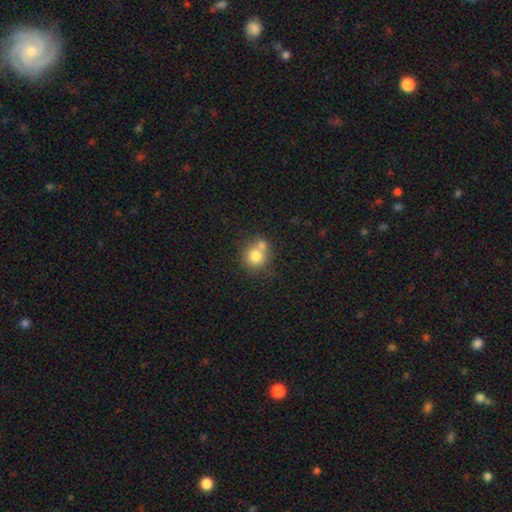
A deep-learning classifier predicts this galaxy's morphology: type=smooth (76%); roundness=round (86%); merging=none (45%).